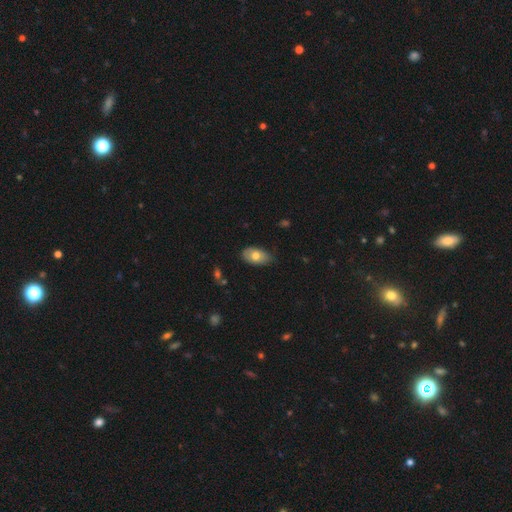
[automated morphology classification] smooth_or_featured: smooth (p=0.73) [alt: featured or disk p=0.20]
how_rounded: in between (p=0.92) [alt: round p=0.06]
merging: none (p=0.75) [alt: minor disturbance p=0.20]